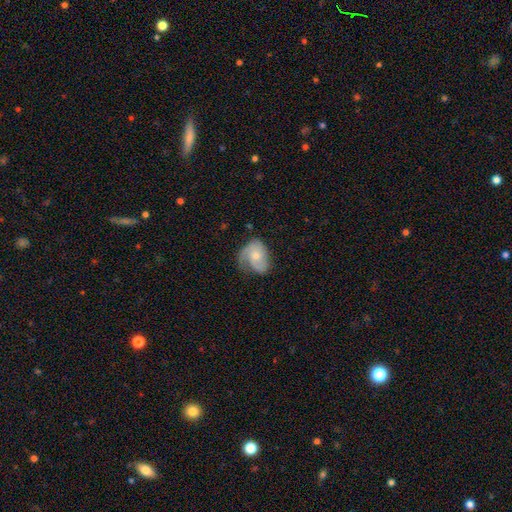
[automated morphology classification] smooth-or-featured: featured or disk: 60% | smooth: 33% | star or artifact: 7%
  disk-edge-on: no: 97% | yes: 3%
    bar: no: 77% | weak: 20% | strong: 3%
    has-spiral-arms: yes: 87% | no: 13%
      spiral-winding: medium: 40% | tight: 31% | loose: 29%
      spiral-arm-count: 2: 39% | 1: 34% | can't tell: 16% | 3: 8% | 4: 2% | more than 4: 2%
    bulge-size: small: 58% | moderate: 37% | none: 3% | large: 2% | dominant: 1%
  merging: none: 43% | minor disturbance: 32% | major disturbance: 23% | merger: 2%